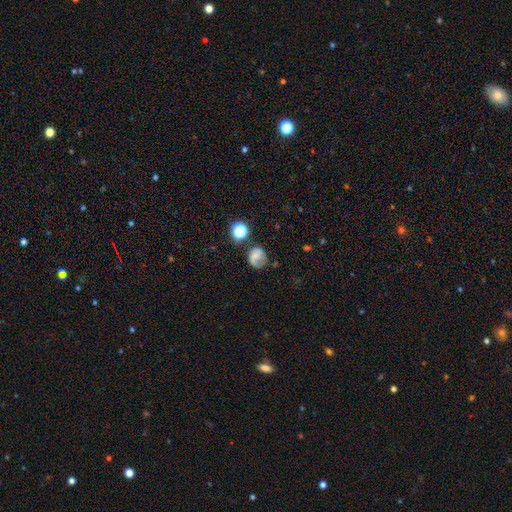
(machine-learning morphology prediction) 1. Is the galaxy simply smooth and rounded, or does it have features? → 52% smooth, 35% featured or disk, 13% star or artifact.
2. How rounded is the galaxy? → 66% round, 33% in between, 1% cigar-shaped.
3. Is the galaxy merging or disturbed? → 51% none, 27% minor disturbance, 17% major disturbance, 6% merger.